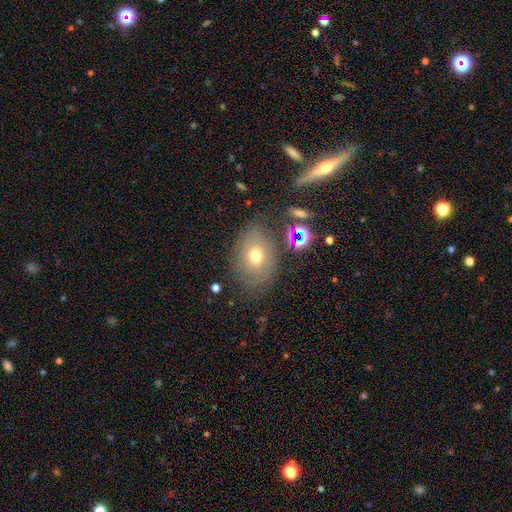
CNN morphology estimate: The model was most divided on "smooth or featured": smooth: 57%, featured or disk: 27%, star or artifact: 17%. More confident: merging — none (71%); how rounded — in between (65%).